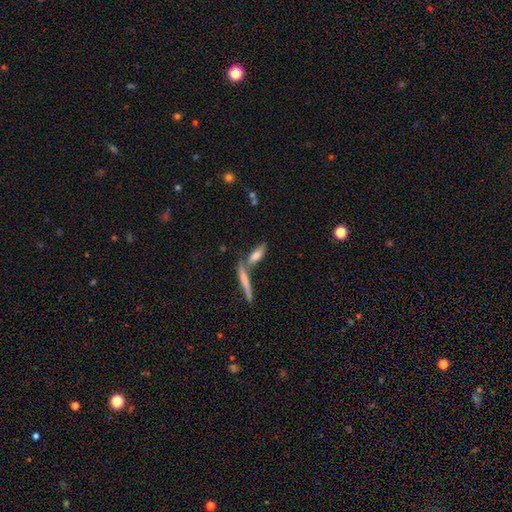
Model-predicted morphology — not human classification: A smooth galaxy with no disk features (69%) that is cigar-shaped (55%).

Vote fractions:
- Smooth or featured? smooth: 69% / featured or disk: 23% / star or artifact: 8%
- How rounded? cigar-shaped: 55% / in between: 43% / round: 3%
- Merging? none: 50% / merger: 34% / minor disturbance: 11% / major disturbance: 4%